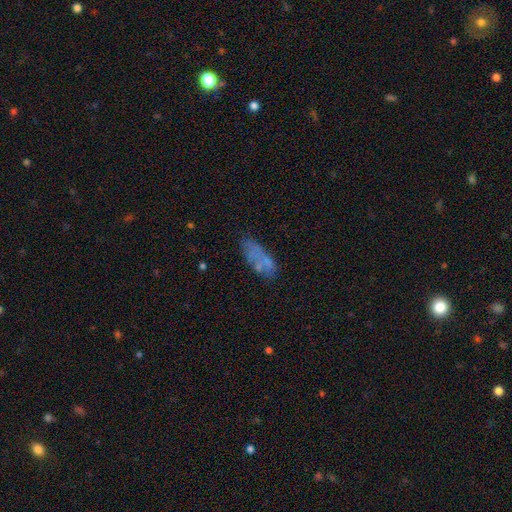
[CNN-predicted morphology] smooth_or_featured: smooth (p=0.54) [alt: featured or disk p=0.32]
how_rounded: in between (p=0.66) [alt: cigar-shaped p=0.29]
merging: none (p=0.58) [alt: minor disturbance p=0.21]